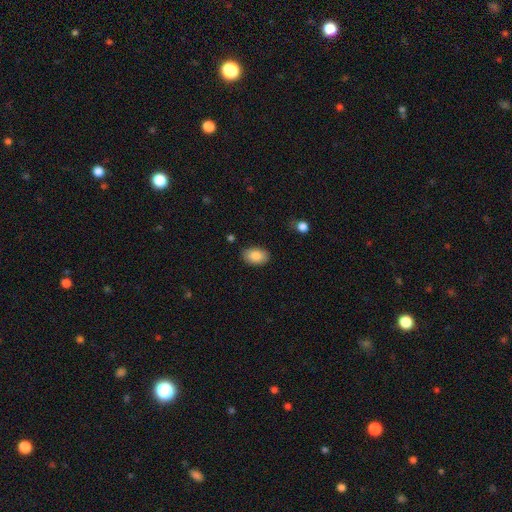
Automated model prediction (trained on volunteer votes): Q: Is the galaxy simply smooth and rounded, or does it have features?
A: smooth — 86%.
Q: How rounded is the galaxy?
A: in between — 89%.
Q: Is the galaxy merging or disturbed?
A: none — 85%.